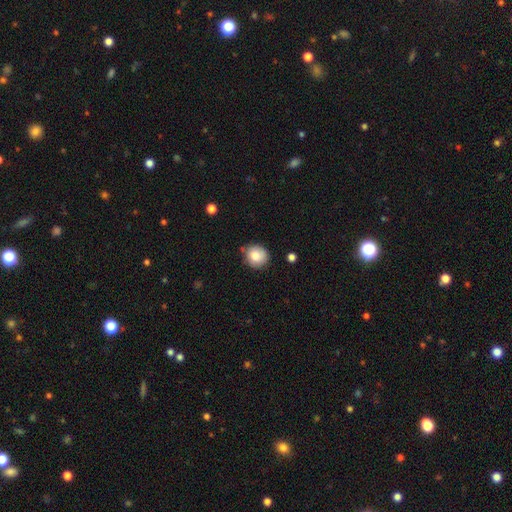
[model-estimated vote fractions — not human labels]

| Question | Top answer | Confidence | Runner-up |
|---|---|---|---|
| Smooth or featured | smooth | 83% | star or artifact (9%) |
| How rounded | round | 83% | in between (16%) |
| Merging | none | 75% | minor disturbance (18%) |